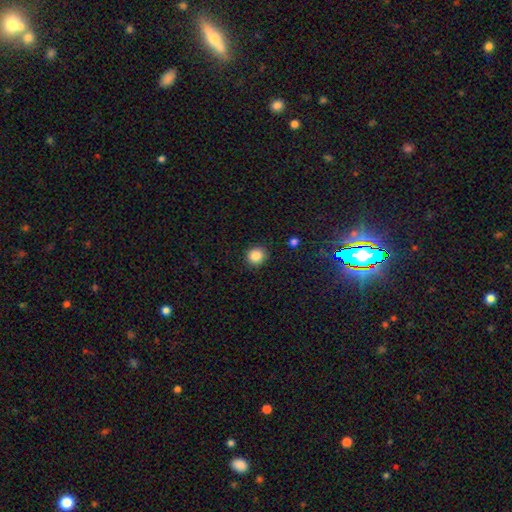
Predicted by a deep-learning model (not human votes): Smooth or featured: smooth — 85% (star or artifact — 11%)
How rounded: round — 89% (in between — 10%)
Merging: none — 91% (minor disturbance — 6%)